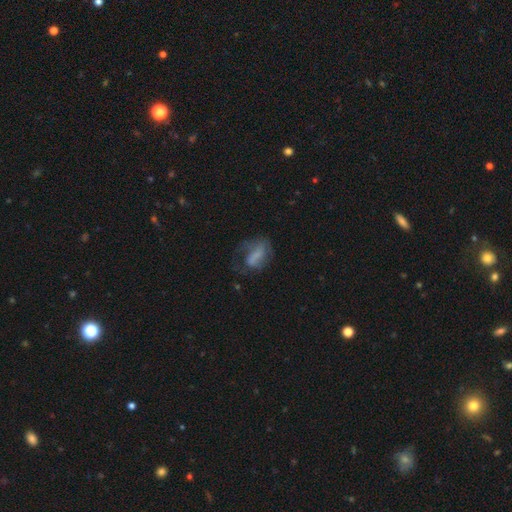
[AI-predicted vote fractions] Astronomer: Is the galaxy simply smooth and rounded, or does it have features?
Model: smooth — 48% (runner-up: featured or disk, 41%).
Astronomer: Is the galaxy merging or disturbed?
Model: major disturbance — 40% (runner-up: none, 34%).